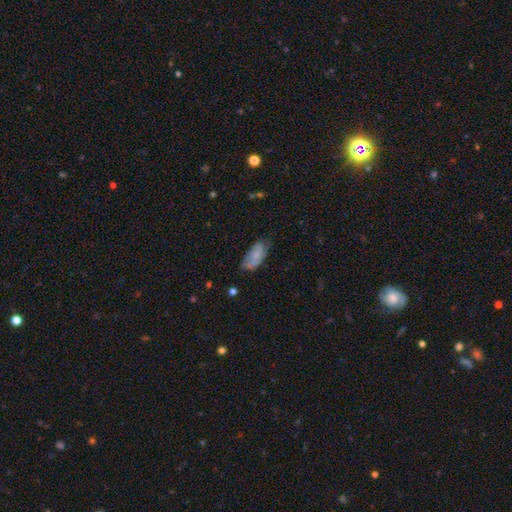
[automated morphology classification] Smooth or featured? Predicted: smooth (p=0.64). How rounded? Predicted: in between (p=0.89). Merging? Predicted: none (p=0.55).